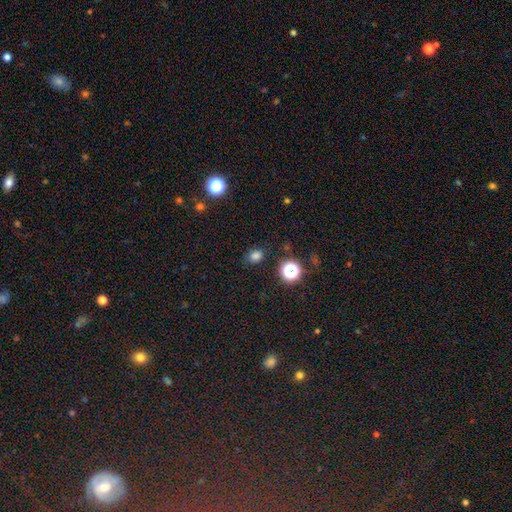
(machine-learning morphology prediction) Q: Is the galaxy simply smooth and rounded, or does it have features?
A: smooth — 76%.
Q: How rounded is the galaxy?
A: round — 50%.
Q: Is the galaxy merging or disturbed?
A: none — 81%.